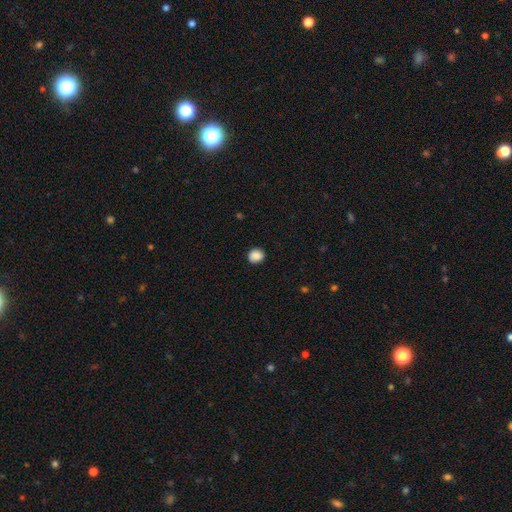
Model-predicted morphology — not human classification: Smooth or featured? smooth (88%)
How rounded? round (78%)
Merging? none (88%)